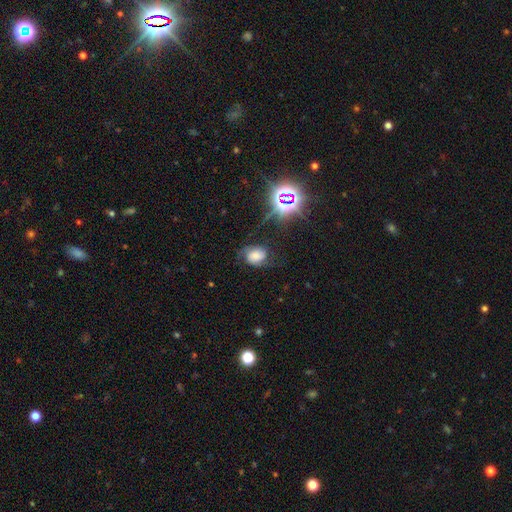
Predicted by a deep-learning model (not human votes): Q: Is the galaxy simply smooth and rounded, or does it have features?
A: smooth — 43%.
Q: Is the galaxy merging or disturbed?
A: none — 57%.